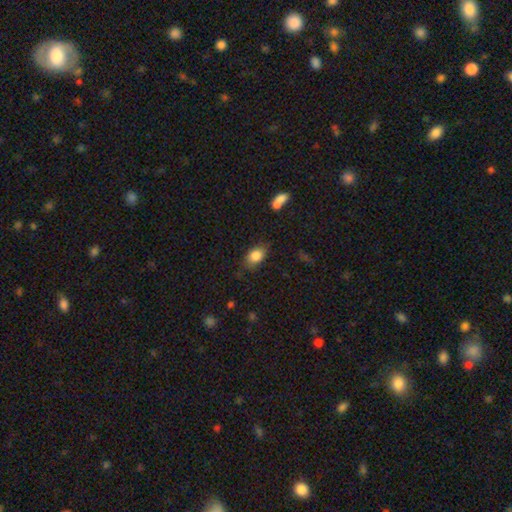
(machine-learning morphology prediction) smooth-or-featured: smooth: 84% | featured or disk: 8% | star or artifact: 8%
  how-rounded: in between: 81% | round: 17% | cigar-shaped: 2%
  merging: none: 73% | minor disturbance: 19% | major disturbance: 5% | merger: 3%